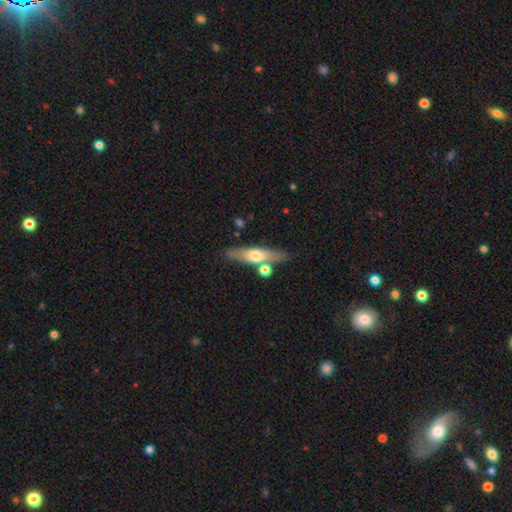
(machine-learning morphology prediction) smooth 50%, featured or disk 44%, star or artifact 6%. Down the decision tree: how rounded — cigar-shaped (70%); merging — none (74%).